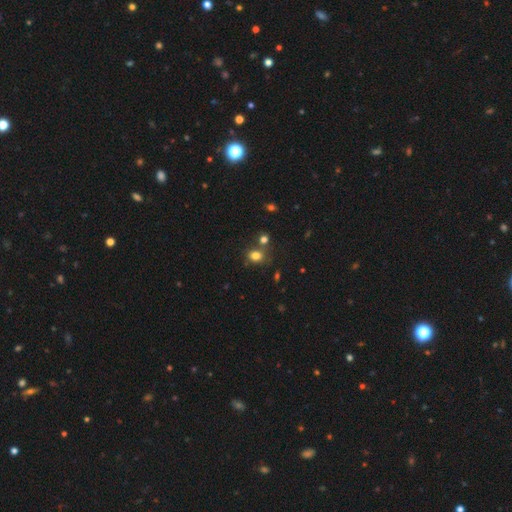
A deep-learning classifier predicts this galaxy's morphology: type=smooth (79%); roundness=round (54%); merging=none (64%).